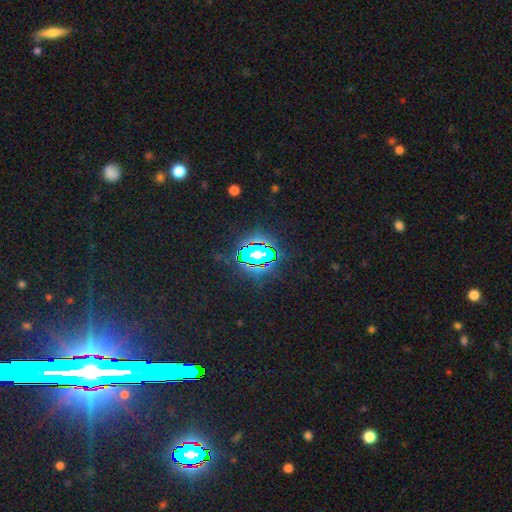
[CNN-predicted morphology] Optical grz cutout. It shows a star or artifact, not a galaxy (83%).